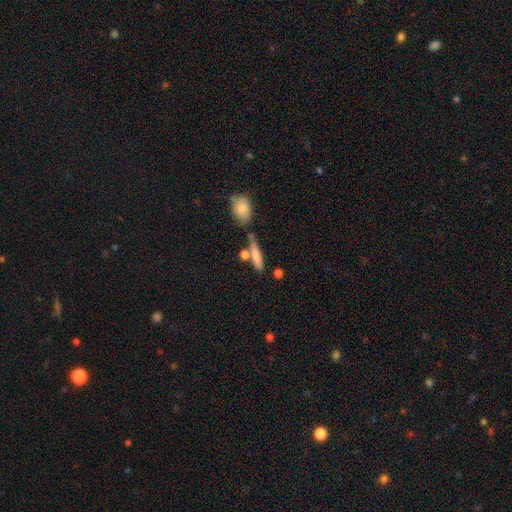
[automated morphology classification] smooth_or_featured: smooth (p=0.73) [alt: featured or disk p=0.19]
how_rounded: cigar-shaped (p=0.73) [alt: in between p=0.23]
merging: none (p=0.58) [alt: merger p=0.20]